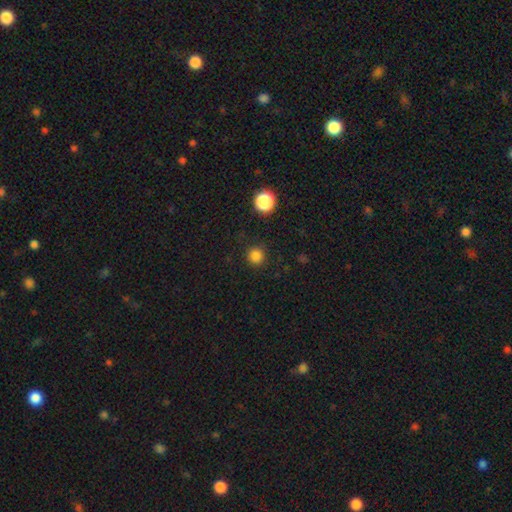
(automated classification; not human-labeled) smooth_or_featured: smooth (p=0.83) [alt: star or artifact p=0.14]
how_rounded: round (p=0.94) [alt: in between p=0.05]
merging: none (p=0.90) [alt: minor disturbance p=0.06]